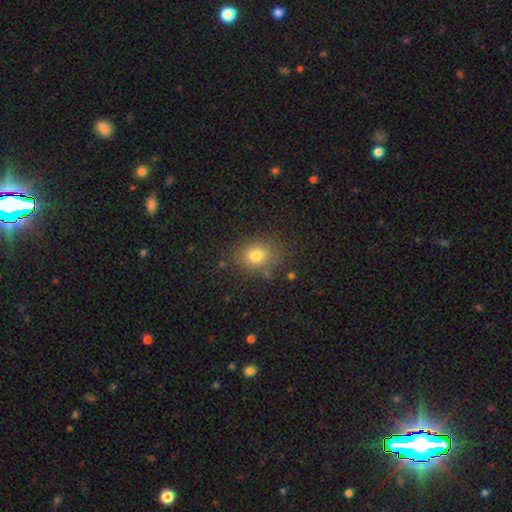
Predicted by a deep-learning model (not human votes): smooth-or-featured: smooth: 77% | star or artifact: 14% | featured or disk: 9%
  how-rounded: round: 56% | in between: 43% | cigar-shaped: 1%
  merging: none: 80% | minor disturbance: 13% | major disturbance: 4% | merger: 3%